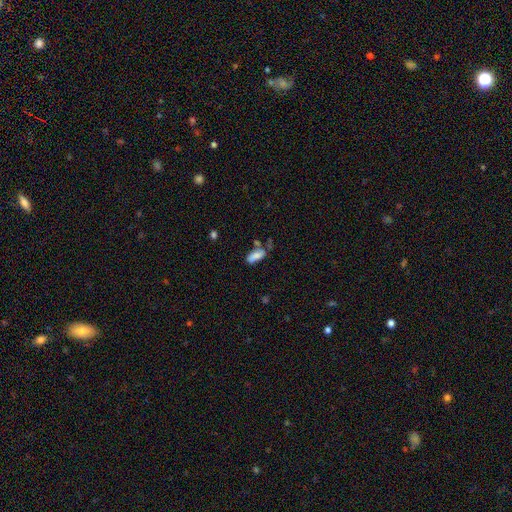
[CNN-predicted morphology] A smooth galaxy with no disk features (78%) that is in between round and cigar-shaped (79%). Merging: none (51%).